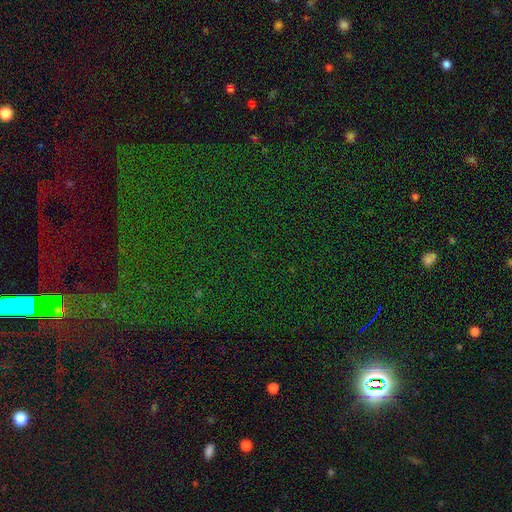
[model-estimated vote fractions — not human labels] Smooth or featured?
  - star or artifact: 82% *
  - smooth: 10%
  - featured or disk: 8%